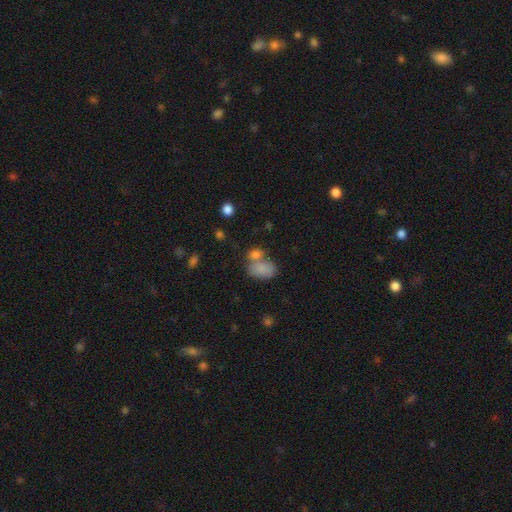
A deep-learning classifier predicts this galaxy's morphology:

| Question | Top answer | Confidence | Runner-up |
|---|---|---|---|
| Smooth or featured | smooth | 80% | star or artifact (11%) |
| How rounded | in between | 73% | round (25%) |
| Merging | merger | 41% | tied: none (41%) |